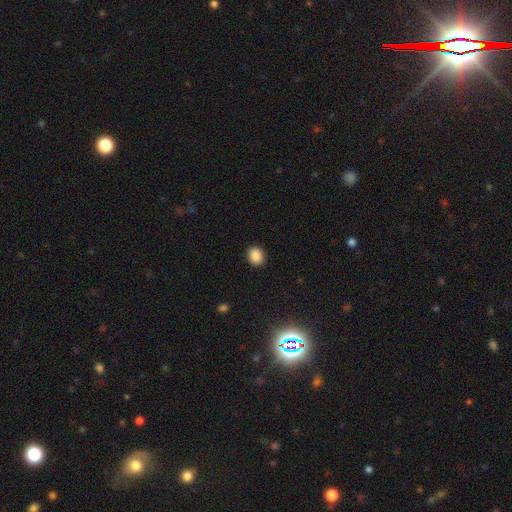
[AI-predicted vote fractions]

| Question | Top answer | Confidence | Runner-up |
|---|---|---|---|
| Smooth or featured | smooth | 88% | star or artifact (9%) |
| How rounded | round | 56% | in between (43%) |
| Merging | none | 91% | minor disturbance (6%) |